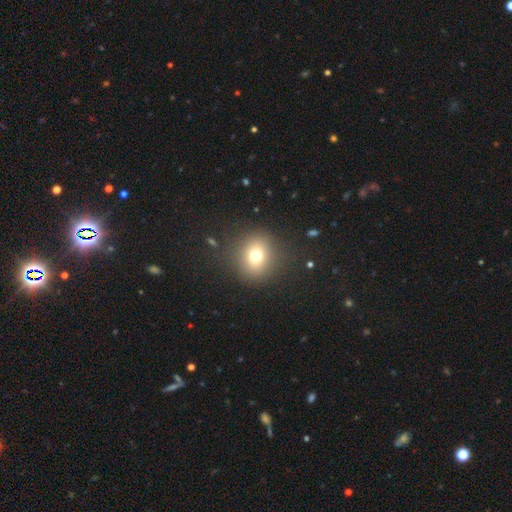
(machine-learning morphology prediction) The model was most divided on "smooth or featured": smooth: 73%, star or artifact: 15%, featured or disk: 12%. More confident: merging — none (86%); how rounded — round (83%).